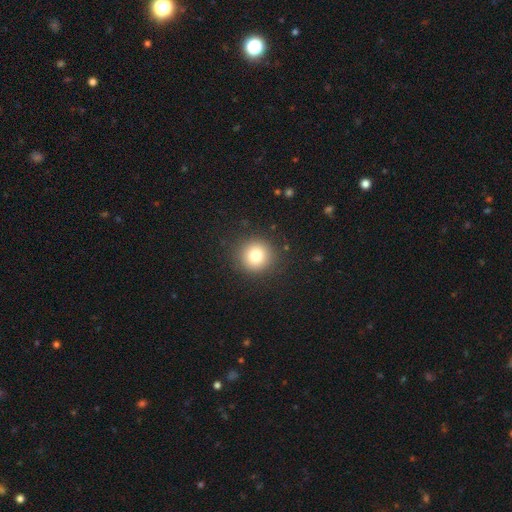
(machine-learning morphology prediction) A smooth galaxy with no disk features (79%) that is round (94%). Merging: none (90%).